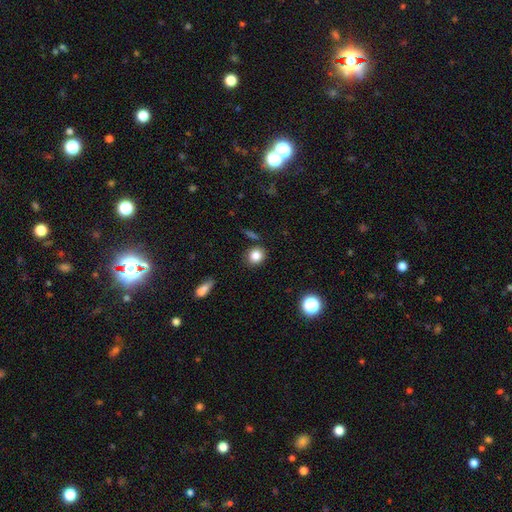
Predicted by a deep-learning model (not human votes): A smooth galaxy with no disk features (84%) that is round (80%). Merging: none (82%).